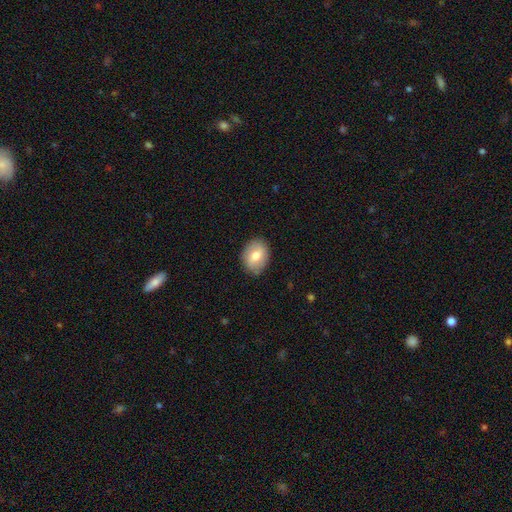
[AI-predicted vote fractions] This is likely a smooth galaxy (69%). How rounded: likely in between (61%). Merging: clearly none (84%).